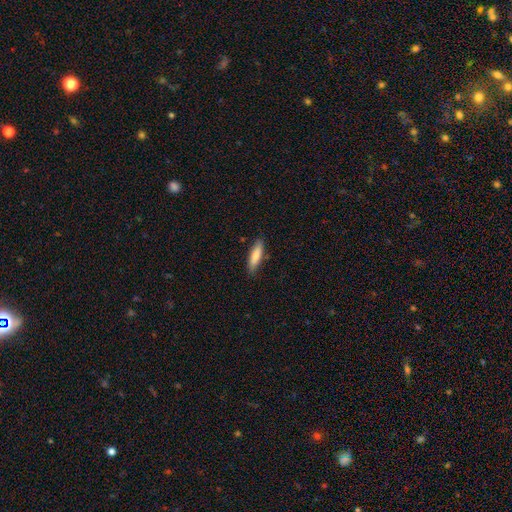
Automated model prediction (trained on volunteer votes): smooth-or-featured: smooth: 79% | featured or disk: 15% | star or artifact: 6%
  how-rounded: cigar-shaped: 66% | in between: 32% | round: 2%
  merging: none: 84% | minor disturbance: 13% | major disturbance: 2% | merger: 2%